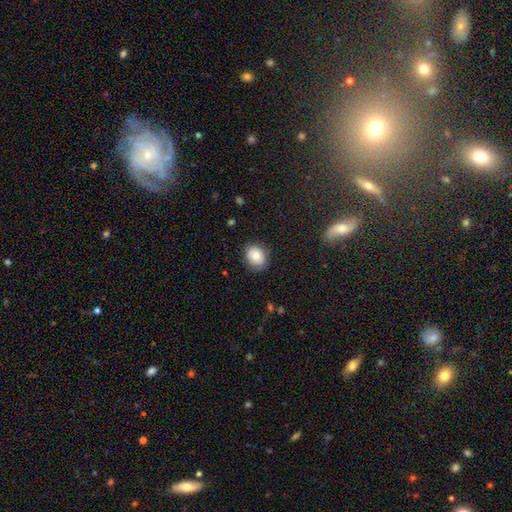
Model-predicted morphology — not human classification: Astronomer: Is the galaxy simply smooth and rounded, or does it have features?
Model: smooth — 74%.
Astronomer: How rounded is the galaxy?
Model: round — 56% (runner-up: in between, 43%).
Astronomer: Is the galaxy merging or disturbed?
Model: none — 77%.